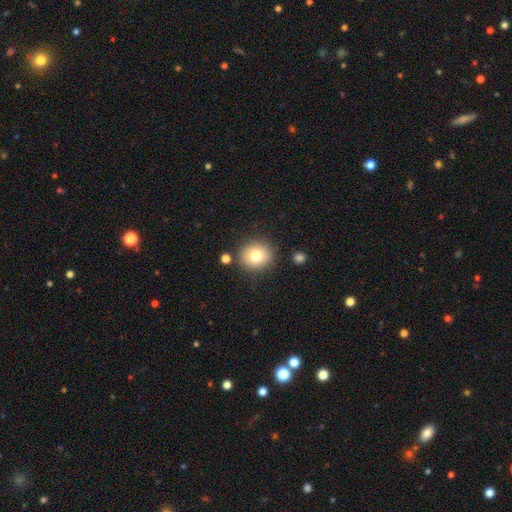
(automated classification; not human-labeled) Smooth or featured: smooth — 77% (featured or disk — 12%)
How rounded: round — 85% (in between — 14%)
Merging: none — 85% (minor disturbance — 9%)